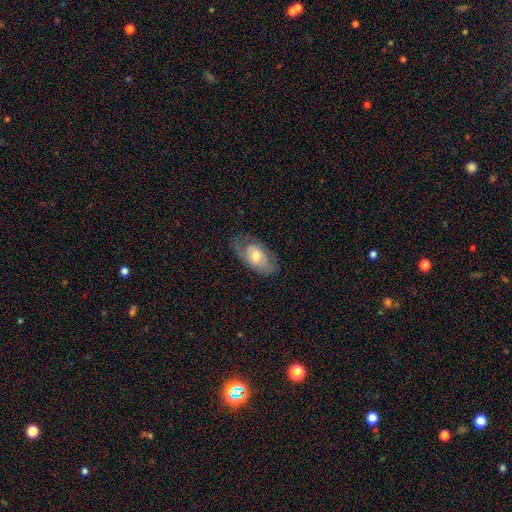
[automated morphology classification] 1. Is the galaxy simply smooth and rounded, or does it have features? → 49% featured or disk, 45% smooth, 6% star or artifact.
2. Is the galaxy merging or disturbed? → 59% none, 26% minor disturbance, 14% major disturbance, 1% merger.